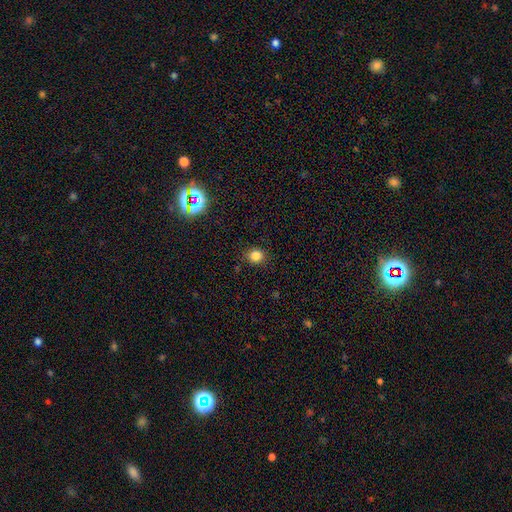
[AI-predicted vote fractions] smooth-or-featured: smooth: 82% | star or artifact: 14% | featured or disk: 5%
  how-rounded: round: 73% | in between: 27% | cigar-shaped: 1%
  merging: none: 85% | minor disturbance: 11% | major disturbance: 3% | merger: 1%